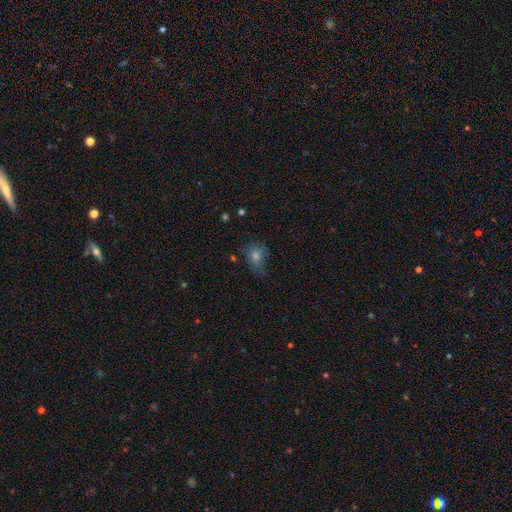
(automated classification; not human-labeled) Smooth or featured? Predicted: smooth (p=0.60). How rounded? Predicted: round (p=0.62). Merging? Predicted: none (p=0.53).